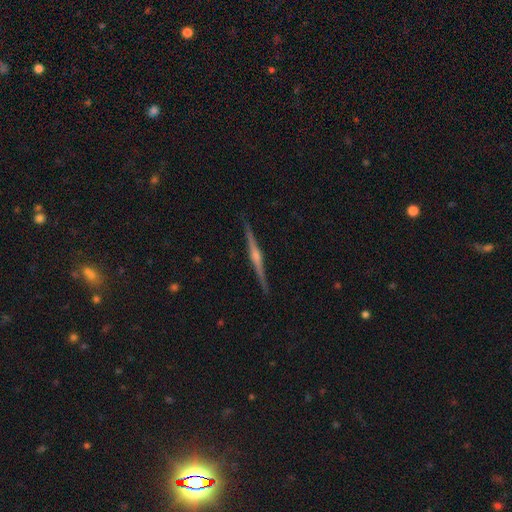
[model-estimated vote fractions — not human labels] Smooth or featured? featured or disk (85%)
Edge-on disk? yes (99%)
Edge-on bulge? rounded (79%)
Merging? none (92%)